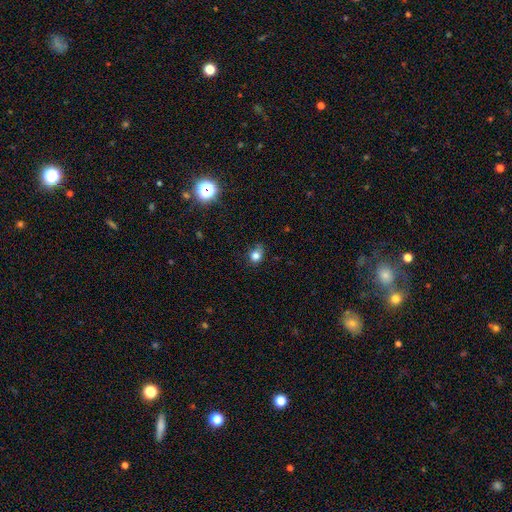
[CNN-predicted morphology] A smooth galaxy with no disk features (80%) that is round (66%).

Vote fractions:
- Smooth or featured? smooth: 80% / star or artifact: 13% / featured or disk: 7%
- How rounded? round: 66% / in between: 33% / cigar-shaped: 1%
- Merging? none: 65% / minor disturbance: 27% / major disturbance: 6% / merger: 2%